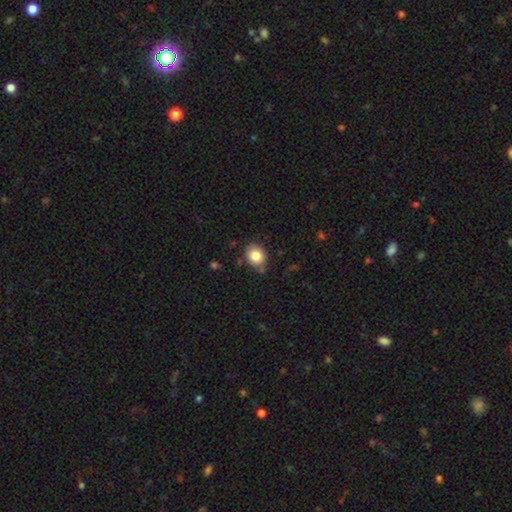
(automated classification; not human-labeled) Smooth or featured: smooth — 84% (star or artifact — 9%)
How rounded: round — 62% (in between — 37%)
Merging: none — 75% (minor disturbance — 18%)